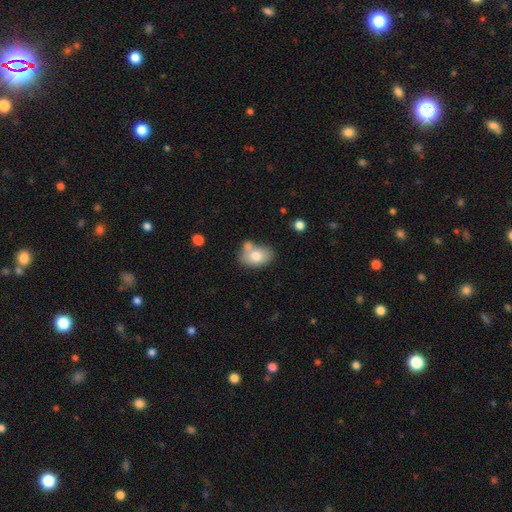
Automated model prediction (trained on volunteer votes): This is likely a smooth galaxy (77%). How rounded: clearly in between (83%). Merging: possibly none (47%).